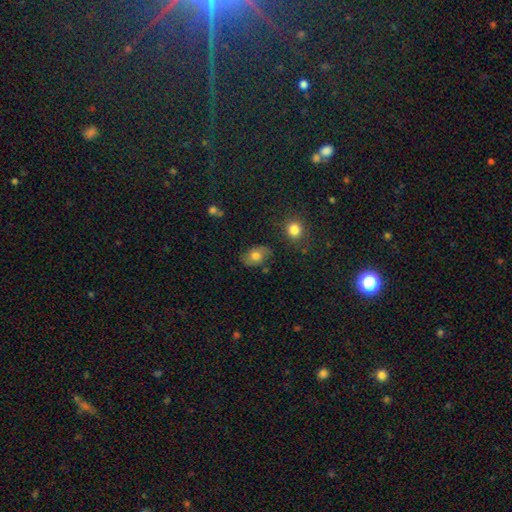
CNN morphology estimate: The model was most divided on "smooth or featured": smooth: 63%, featured or disk: 27%, star or artifact: 10%. More confident: how rounded — in between (75%); merging — none (73%).